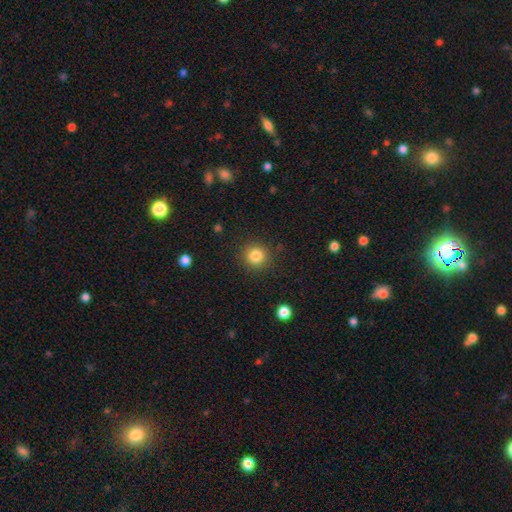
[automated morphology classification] This is clearly a smooth galaxy (83%). How rounded: clearly round (93%). Merging: clearly none (90%).